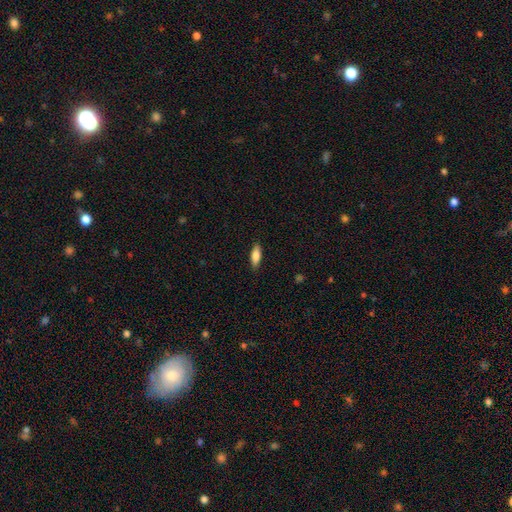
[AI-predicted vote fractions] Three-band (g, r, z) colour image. It shows a smooth galaxy with no disk features (79%) that is in between round and cigar-shaped (62%). Merging: none (88%).